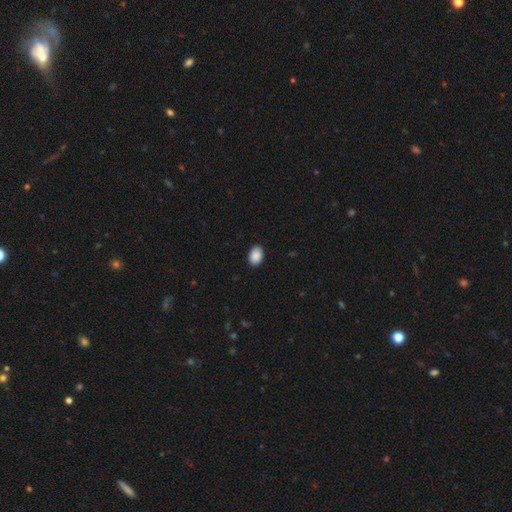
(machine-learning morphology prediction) Overall: smooth (90%). How rounded: in between (84%). Merging: none (89%).